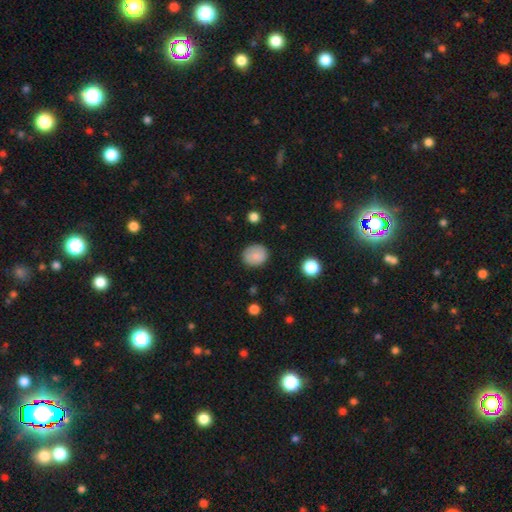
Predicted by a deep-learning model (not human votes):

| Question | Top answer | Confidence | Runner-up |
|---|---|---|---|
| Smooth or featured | smooth | 86% | star or artifact (8%) |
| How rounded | round | 73% | in between (26%) |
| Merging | none | 85% | minor disturbance (11%) |